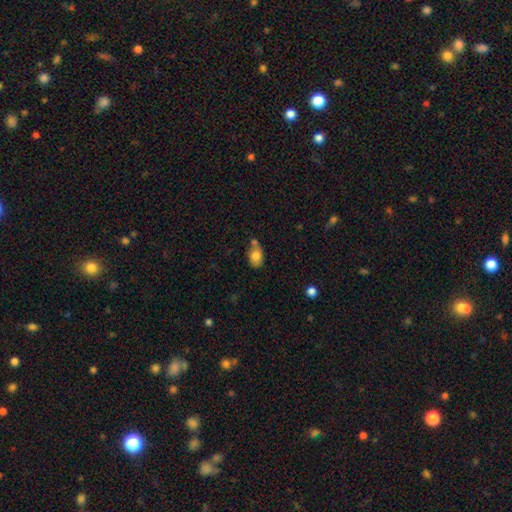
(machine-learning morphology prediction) This appears to be a smooth galaxy with no disk features (80%) that is in between round and cigar-shaped (75%). Merging: none (46%).